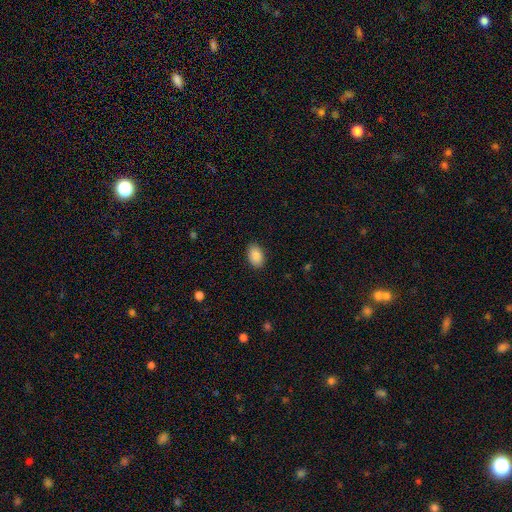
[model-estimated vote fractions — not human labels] The model was most divided on "merging": none: 88%, minor disturbance: 9%, major disturbance: 2%, merger: 1%. More confident: how rounded — in between (91%); smooth or featured — smooth (89%).